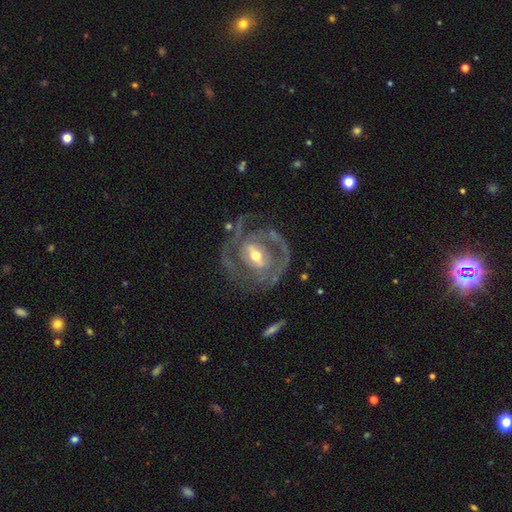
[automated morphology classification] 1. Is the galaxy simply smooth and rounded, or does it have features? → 86% featured or disk, 9% smooth, 5% star or artifact.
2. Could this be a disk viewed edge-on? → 97% no, 3% yes.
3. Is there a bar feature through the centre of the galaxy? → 42% weak, 38% strong, 21% no.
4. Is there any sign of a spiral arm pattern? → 85% yes, 15% no.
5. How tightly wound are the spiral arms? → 45% tight, 41% medium, 14% loose.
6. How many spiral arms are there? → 59% 2, 16% can't tell, 10% 3, 9% 1, 3% 4, 3% more than 4.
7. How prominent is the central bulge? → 65% moderate, 27% small, 6% large, 1% none, 1% dominant.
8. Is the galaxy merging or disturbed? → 60% none, 18% major disturbance, 18% minor disturbance, 3% merger.